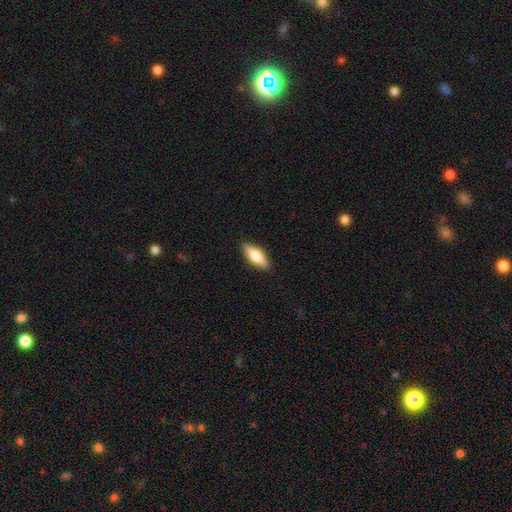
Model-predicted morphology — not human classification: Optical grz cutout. It shows a smooth galaxy with no disk features (67%) that is in between round and cigar-shaped (65%). Merging: none (89%).